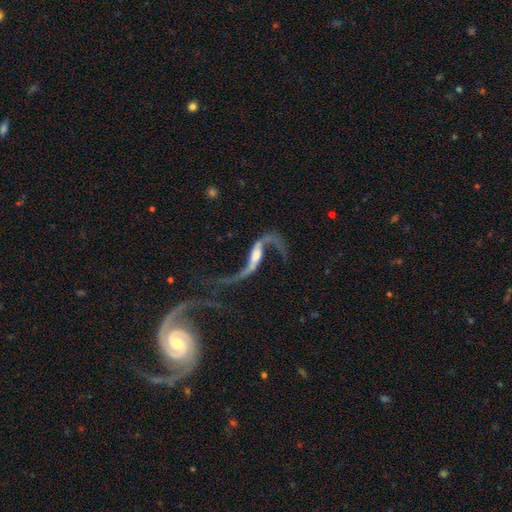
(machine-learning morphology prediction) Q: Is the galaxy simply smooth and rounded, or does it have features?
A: featured or disk — 86%.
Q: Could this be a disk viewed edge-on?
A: no — 89%.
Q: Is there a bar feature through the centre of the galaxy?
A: strong — 40%.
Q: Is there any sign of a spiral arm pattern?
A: yes — 93%.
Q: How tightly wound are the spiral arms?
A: loose — 94%.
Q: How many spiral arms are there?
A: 2 — 90%.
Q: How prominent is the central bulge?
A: moderate — 32%.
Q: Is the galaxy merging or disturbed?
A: none — 48%.